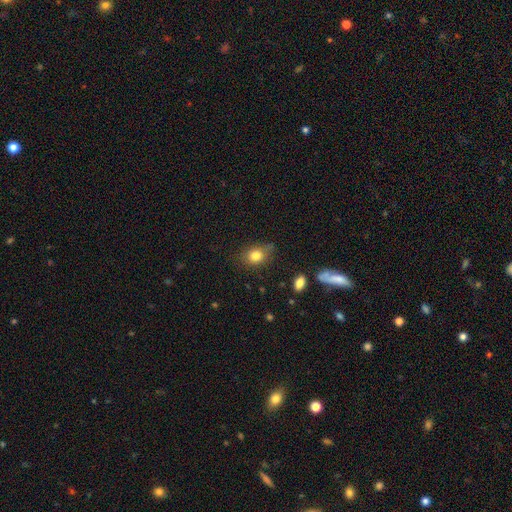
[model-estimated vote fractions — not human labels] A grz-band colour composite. It shows a smooth galaxy with no disk features (81%) that is in between round and cigar-shaped (56%). Merging: none (66%).